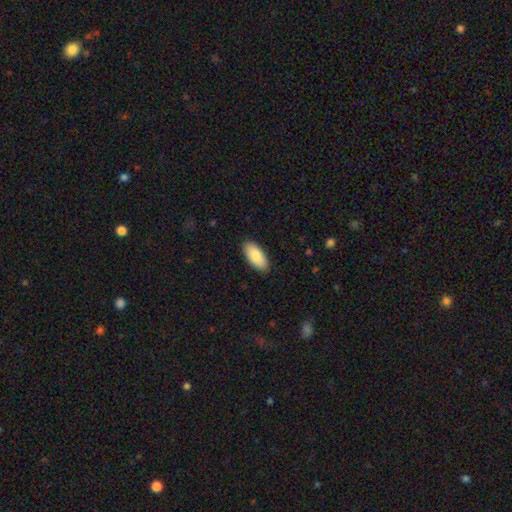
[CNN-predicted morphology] smooth 86%, featured or disk 8%, star or artifact 6%. Down the decision tree: how rounded — in between (92%); merging — none (89%).